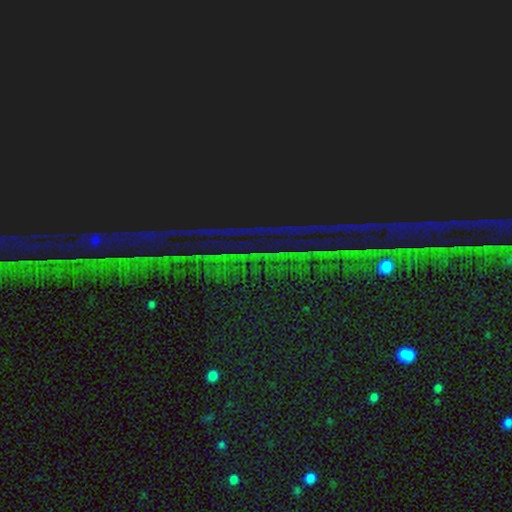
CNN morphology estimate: A star or artifact, not a galaxy (89%).